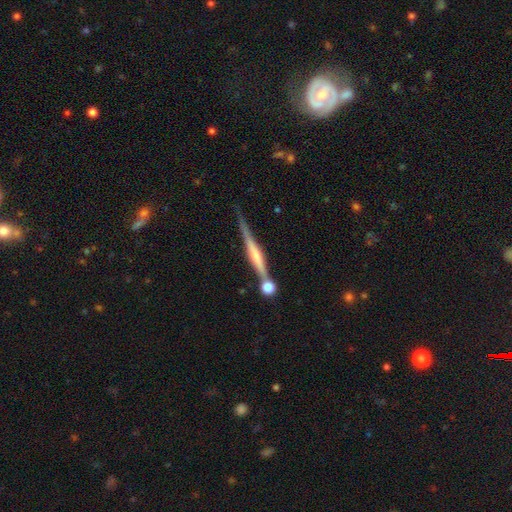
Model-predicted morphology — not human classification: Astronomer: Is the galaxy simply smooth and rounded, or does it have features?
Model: featured or disk — 70%.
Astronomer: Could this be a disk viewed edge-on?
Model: yes — 97%.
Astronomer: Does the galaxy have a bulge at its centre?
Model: rounded — 51%.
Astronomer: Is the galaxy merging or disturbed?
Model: none — 69%.